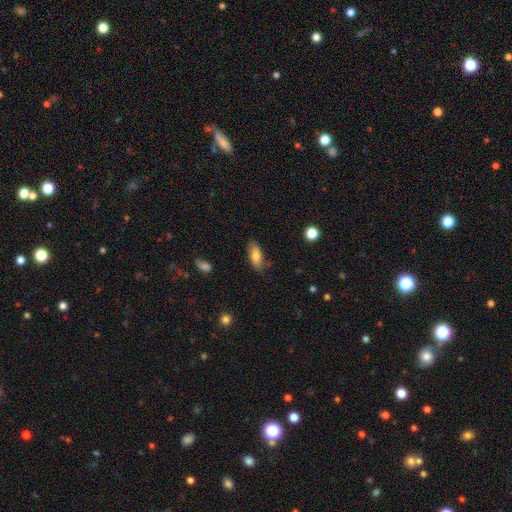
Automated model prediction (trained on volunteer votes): This appears to be a smooth galaxy with no disk features (75%) that is in between round and cigar-shaped (77%). Merging: none (76%).